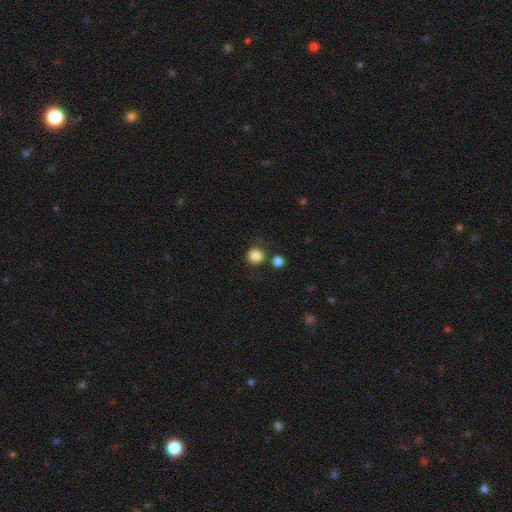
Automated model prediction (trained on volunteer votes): smooth_or_featured: smooth (p=0.86) [alt: star or artifact p=0.11]
how_rounded: round (p=0.91) [alt: in between p=0.08]
merging: none (p=0.80) [alt: minor disturbance p=0.10]